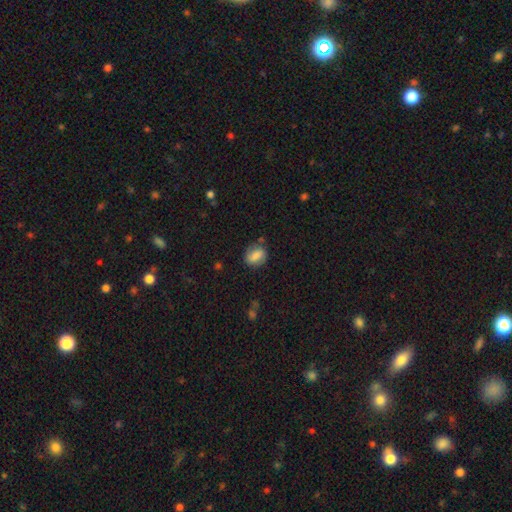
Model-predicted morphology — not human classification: The model was most divided on "how rounded": in between: 61%, round: 36%, cigar-shaped: 3%. More confident: merging — none (70%); smooth or featured — smooth (67%).